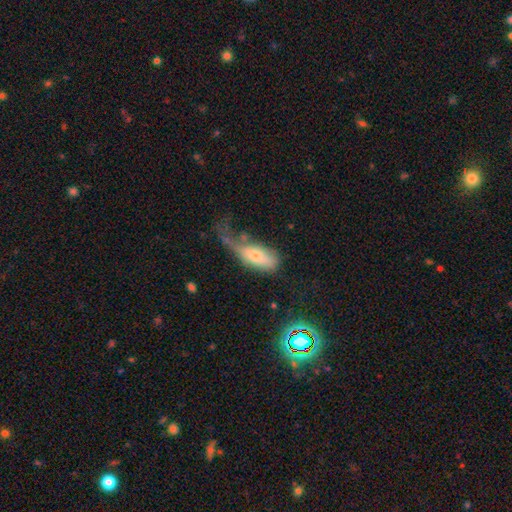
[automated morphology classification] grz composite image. It shows a smooth galaxy with no disk features (64%) that is in between round and cigar-shaped (81%). Merging: major disturbance (54%).